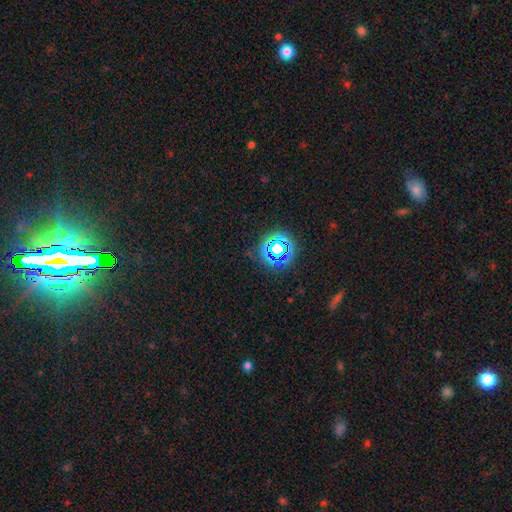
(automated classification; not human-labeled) This is likely a star or artifact rather than a galaxy (78%).